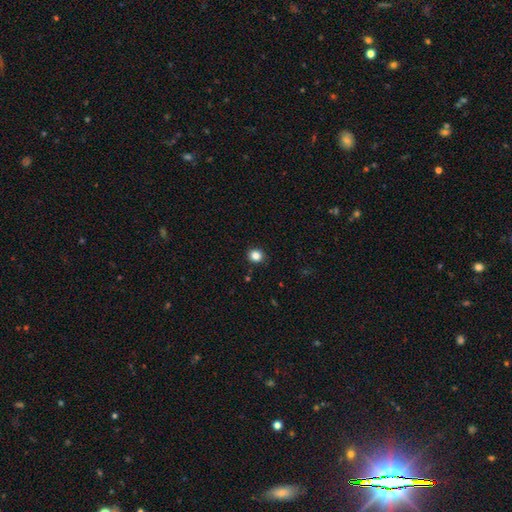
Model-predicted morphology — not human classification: Smooth or featured? smooth (85%)
How rounded? round (85%)
Merging? none (91%)